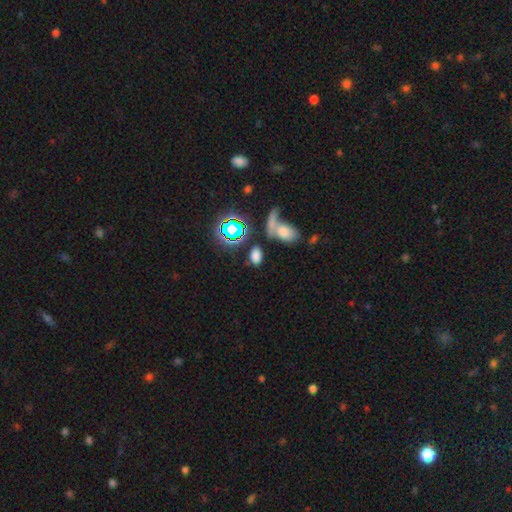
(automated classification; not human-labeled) smooth 68%, star or artifact 23%, featured or disk 9%. Down the decision tree: how rounded — in between (86%); merging — none (61%).